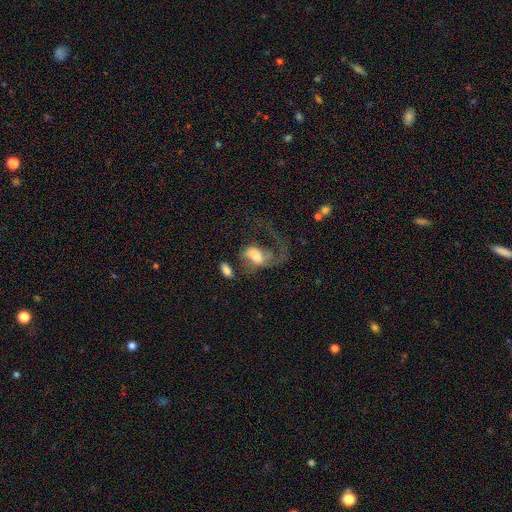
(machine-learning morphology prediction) This is possibly a featured or disk galaxy (58%). It is clearly not viewed edge-on (96%). Bar: possibly no (49%). Spiral arm pattern: likely yes (78%). Central bulge: marginally moderate (39%). Merging: possibly major disturbance (52%).